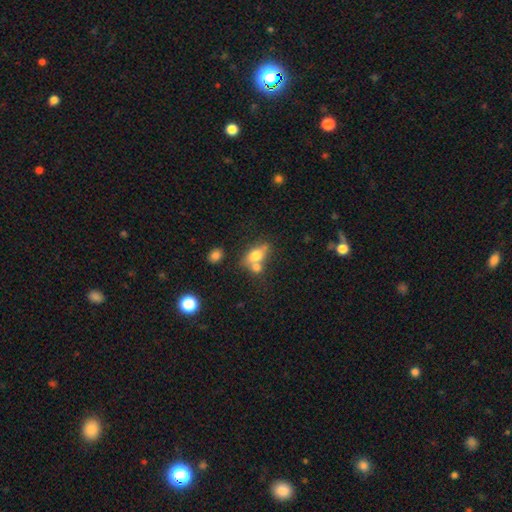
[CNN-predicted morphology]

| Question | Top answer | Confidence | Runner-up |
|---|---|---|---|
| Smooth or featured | smooth | 71% | featured or disk (19%) |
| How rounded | in between | 75% | round (17%) |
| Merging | merger | 44% | none (38%) |